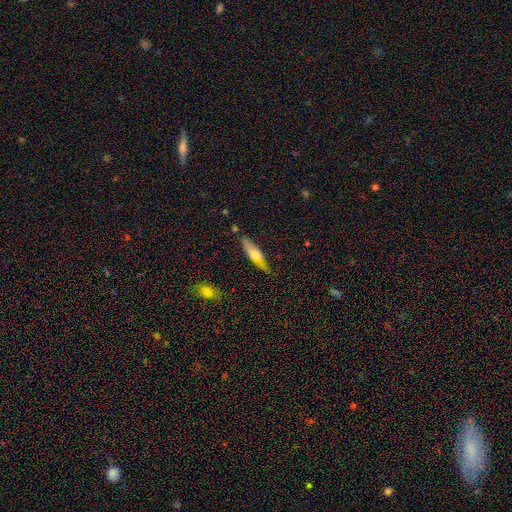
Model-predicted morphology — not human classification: smooth 55%, featured or disk 38%, star or artifact 6%. Down the decision tree: how rounded — cigar-shaped (63%); merging — none (75%).